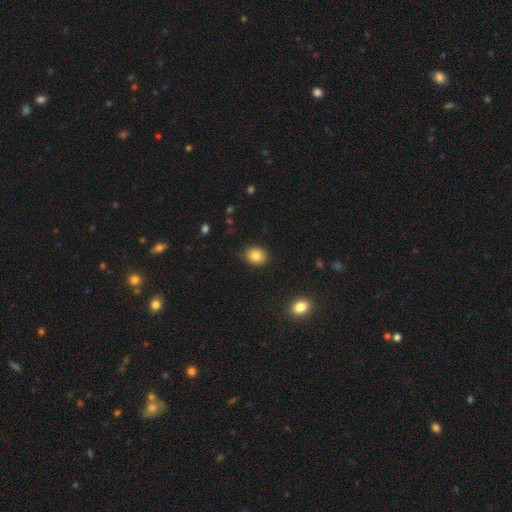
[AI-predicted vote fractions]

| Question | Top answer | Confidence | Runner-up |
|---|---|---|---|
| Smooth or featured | smooth | 83% | star or artifact (10%) |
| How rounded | round | 61% | in between (39%) |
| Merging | none | 89% | minor disturbance (8%) |